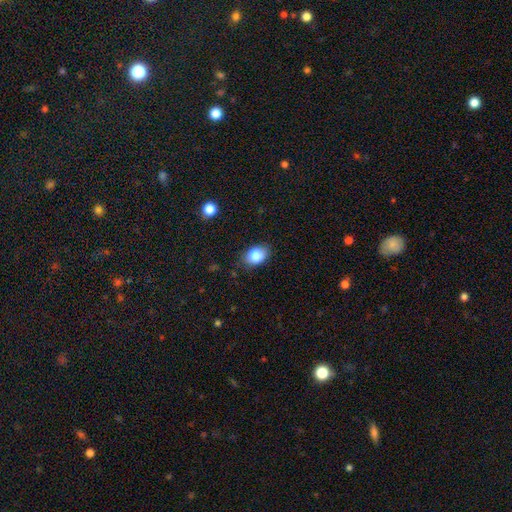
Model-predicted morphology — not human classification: The model was most divided on "how rounded": in between: 77%, round: 21%, cigar-shaped: 1%. More confident: smooth or featured — smooth (86%); merging — none (78%).